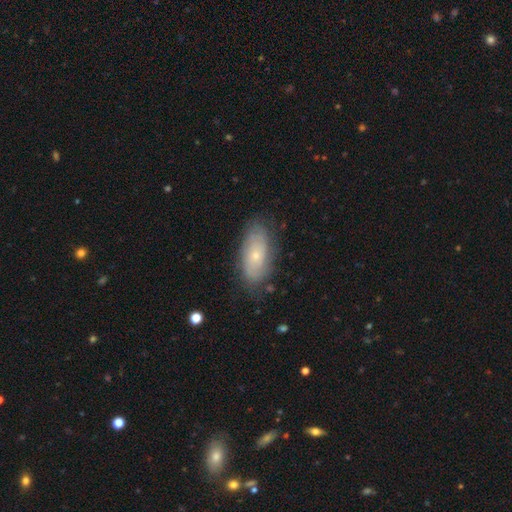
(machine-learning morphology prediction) This appears to be a featured or disk galaxy (50%). Merging: none (76%).